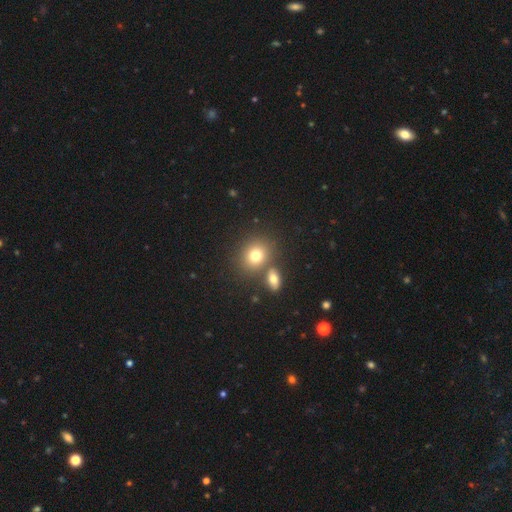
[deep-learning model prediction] Morphology: type=smooth (77%); roundness=round (67%); merging=none (66%).